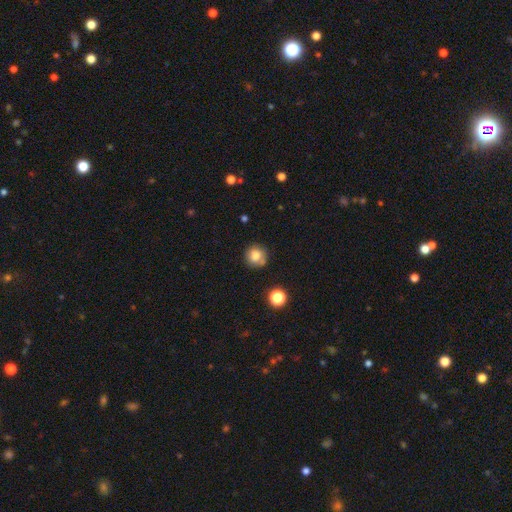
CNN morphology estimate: smooth 79%, star or artifact 11%, featured or disk 9%. Down the decision tree: how rounded — round (90%); merging — none (76%).